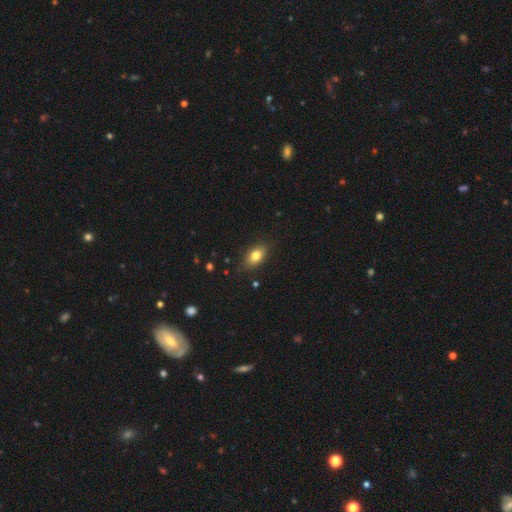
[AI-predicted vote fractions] A smooth galaxy with no disk features (80%) that is in between round and cigar-shaped (83%).

Vote fractions:
- Smooth or featured? smooth: 80% / featured or disk: 11% / star or artifact: 9%
- How rounded? in between: 83% / round: 13% / cigar-shaped: 4%
- Merging? none: 85% / minor disturbance: 12% / major disturbance: 2% / merger: 1%